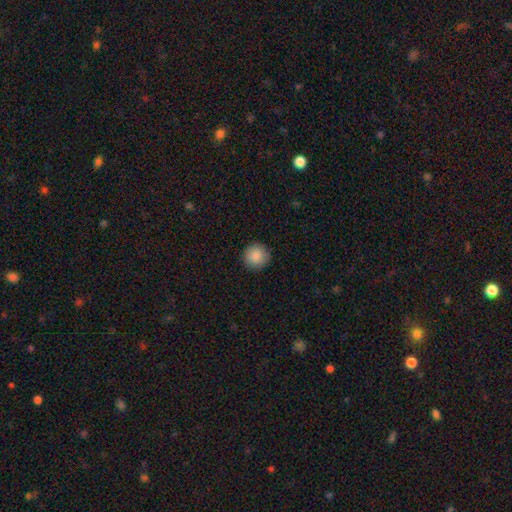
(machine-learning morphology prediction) This appears to be a smooth galaxy with no disk features (87%) that is round (94%). Merging: none (90%).